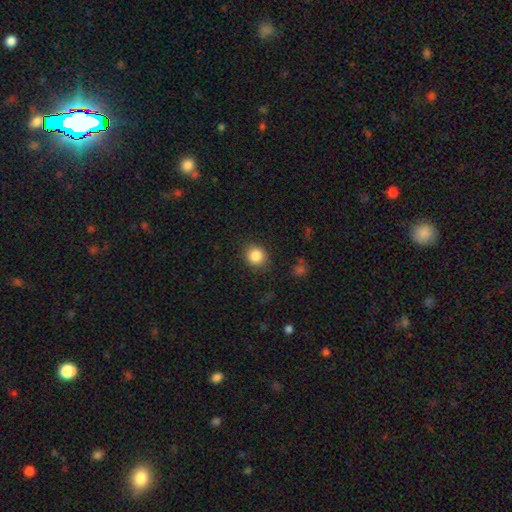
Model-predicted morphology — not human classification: smooth 86%, star or artifact 10%, featured or disk 4%. Down the decision tree: how rounded — round (87%); merging — none (87%).